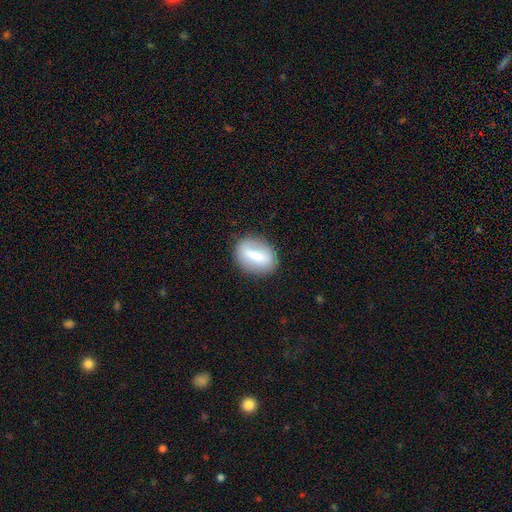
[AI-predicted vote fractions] smooth_or_featured: smooth (p=0.63) [alt: featured or disk p=0.29]
how_rounded: in between (p=0.71) [alt: round p=0.24]
merging: none (p=0.79) [alt: minor disturbance p=0.14]